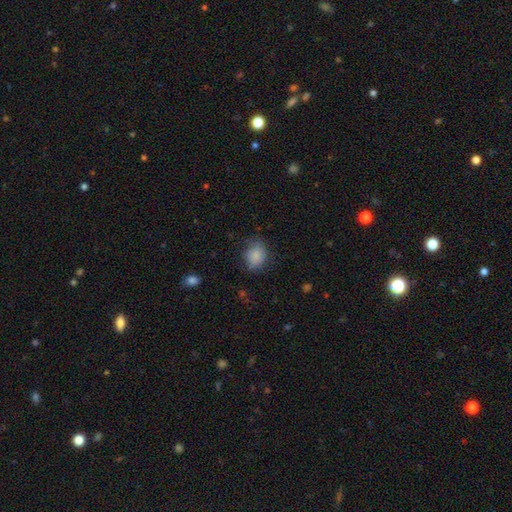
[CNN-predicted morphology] type=smooth (84%); roundness=in between (54%); merging=none (67%).